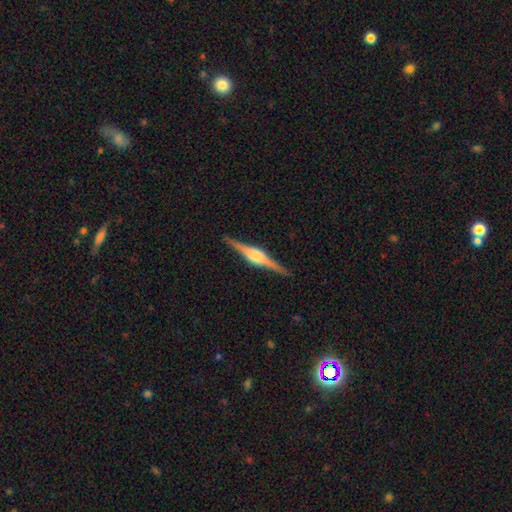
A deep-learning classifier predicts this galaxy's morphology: Smooth or featured? featured or disk (85%)
Edge-on disk? yes (98%)
Edge-on bulge? rounded (82%)
Merging? none (91%)